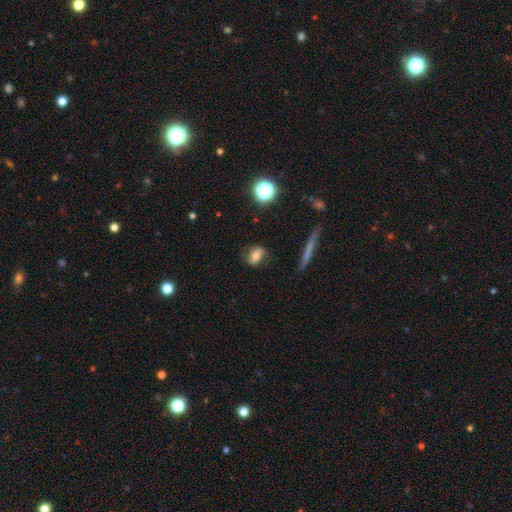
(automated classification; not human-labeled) Smooth or featured? Predicted: smooth (p=0.64). How rounded? Predicted: in between (p=0.68). Merging? Predicted: none (p=0.75).